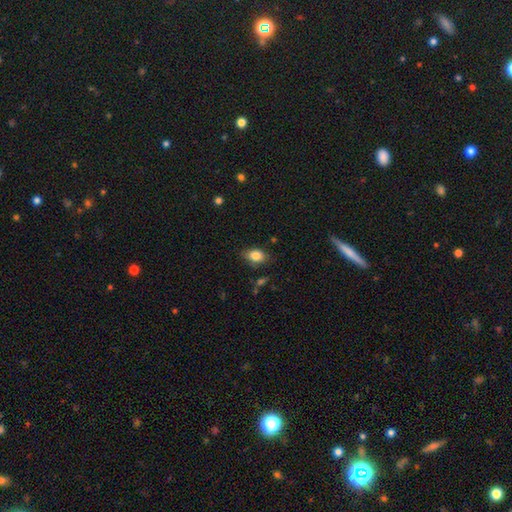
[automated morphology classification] smooth 84%, star or artifact 8%, featured or disk 8%. Down the decision tree: how rounded — in between (81%); merging — none (74%).